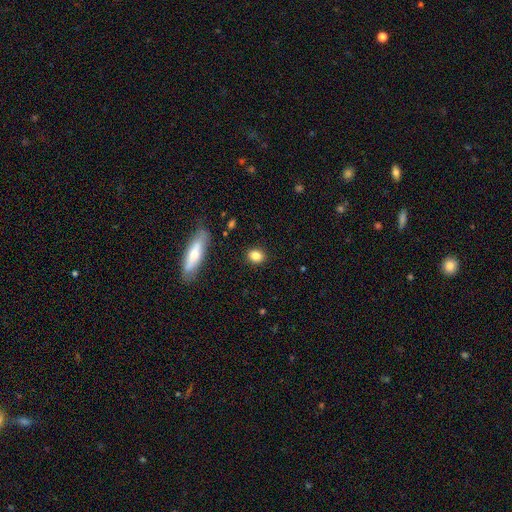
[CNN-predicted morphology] Overall: smooth (83%). How rounded: round (54%; in between 42%). Merging: none (88%).